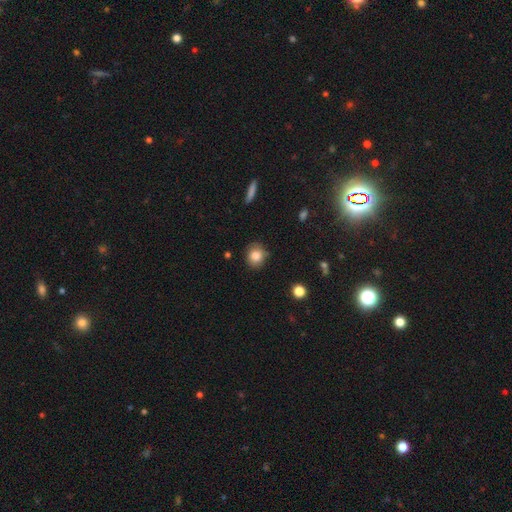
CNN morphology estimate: Smooth or featured? Predicted: smooth (p=0.84). How rounded? Predicted: round (p=0.73). Merging? Predicted: none (p=0.81).